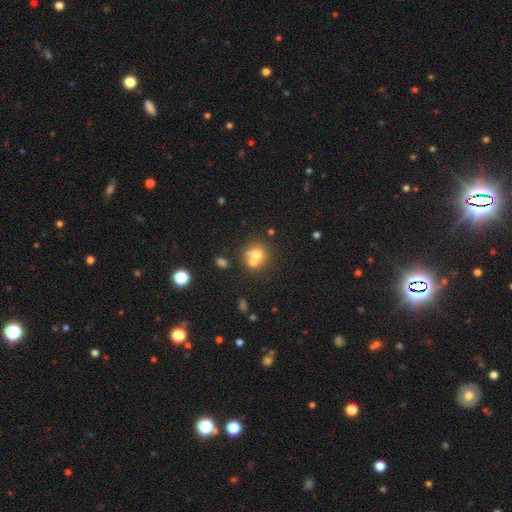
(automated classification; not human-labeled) Smooth or featured?
  - smooth: 66% *
  - featured or disk: 21%
  - star or artifact: 13%
How rounded?
  - round: 84% *
  - in between: 15%
  - cigar-shaped: 1%
Merging?
  - merger: 45% *
  - none: 43%
  - minor disturbance: 8%
  - major disturbance: 4%